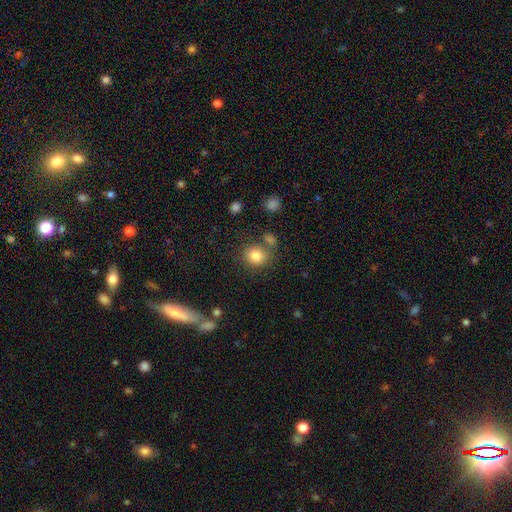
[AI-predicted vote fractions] Morphology: type=smooth (82%); roundness=round (75%); merging=none (69%).